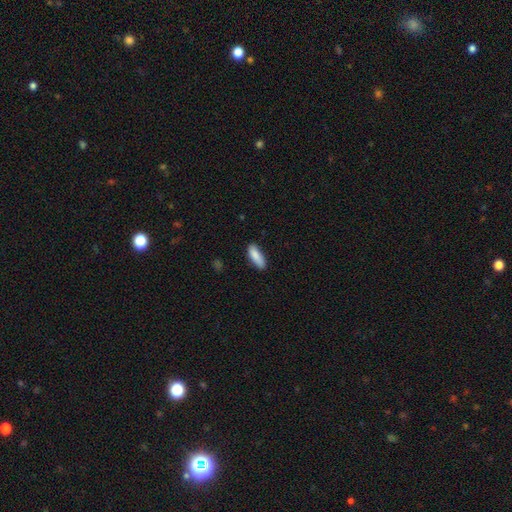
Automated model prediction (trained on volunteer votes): Smooth or featured: smooth — 87% (featured or disk — 7%)
How rounded: in between — 61% (cigar-shaped — 37%)
Merging: none — 80% (minor disturbance — 16%)